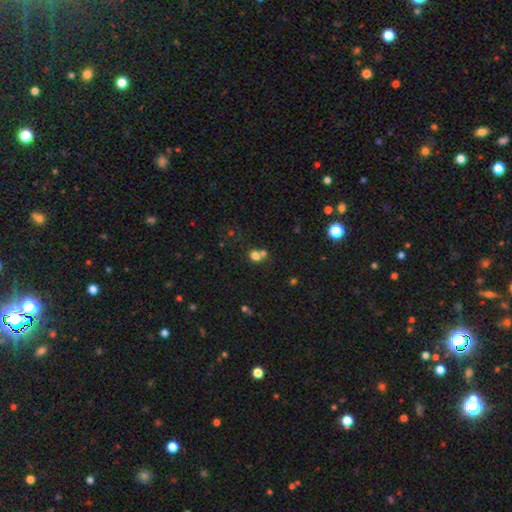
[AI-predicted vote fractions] Morphology: type=smooth (74%); roundness=round (70%); merging=merger (44%, tied with none).